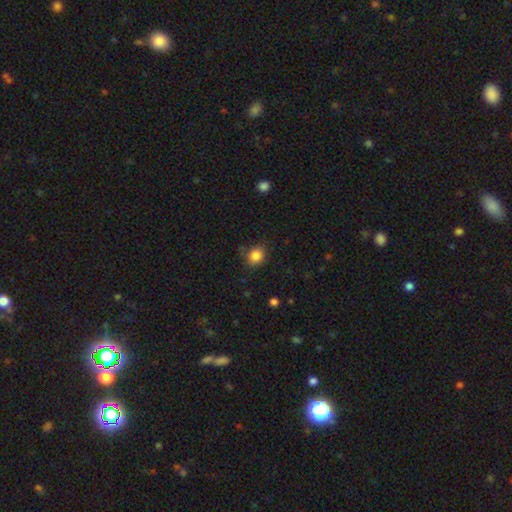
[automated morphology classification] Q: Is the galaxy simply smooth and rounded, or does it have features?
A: smooth — 85%.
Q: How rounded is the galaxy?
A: round — 69%.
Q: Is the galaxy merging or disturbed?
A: none — 80%.